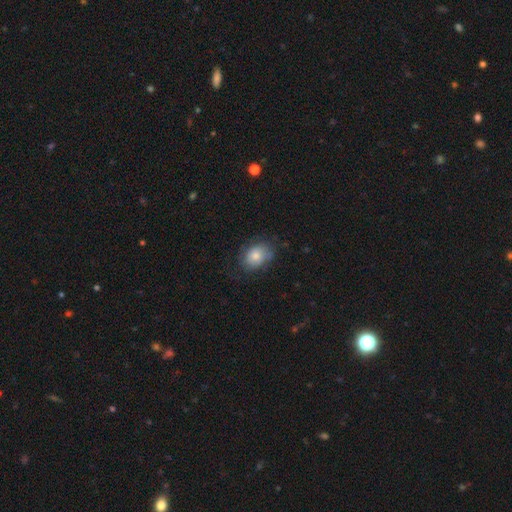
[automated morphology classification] The model was most divided on "how rounded": in between: 67%, round: 32%, cigar-shaped: 1%. More confident: smooth or featured — smooth (72%); merging — none (64%).